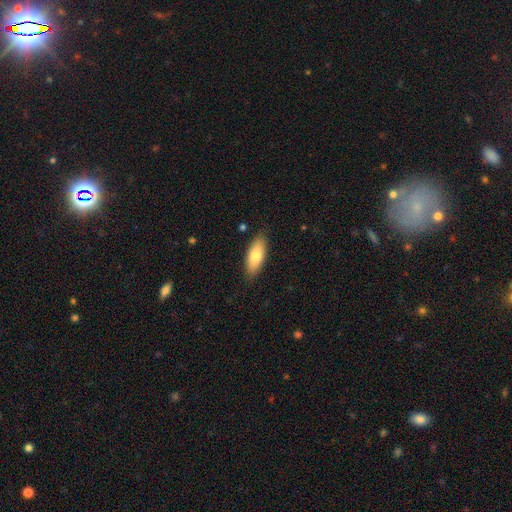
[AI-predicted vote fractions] Smooth or featured? Predicted: smooth (p=0.78). How rounded? Predicted: in between (p=0.79). Merging? Predicted: none (p=0.84).